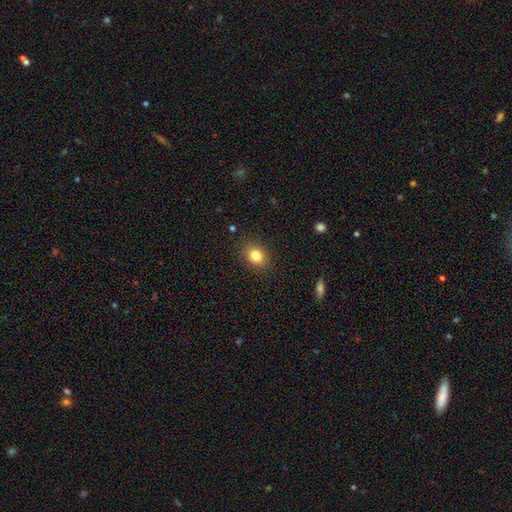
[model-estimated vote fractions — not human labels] smooth-or-featured: smooth: 82% | star or artifact: 10% | featured or disk: 7%
  how-rounded: in between: 50% | round: 49% | cigar-shaped: 1%
  merging: none: 87% | minor disturbance: 9% | major disturbance: 3% | merger: 1%